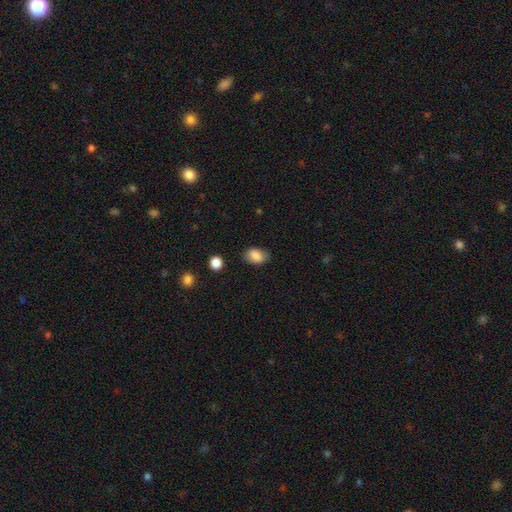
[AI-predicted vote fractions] This appears to be a smooth galaxy with no disk features (85%) that is in between round and cigar-shaped (83%). Merging: none (78%).